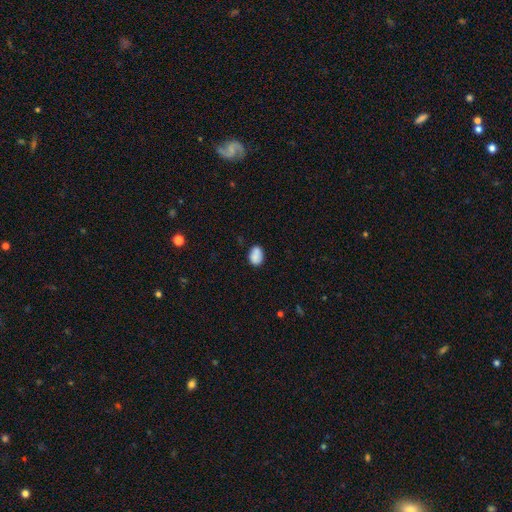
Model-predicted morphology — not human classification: Smooth or featured? Predicted: smooth (p=0.82). How rounded? Predicted: in between (p=0.75). Merging? Predicted: none (p=0.65).